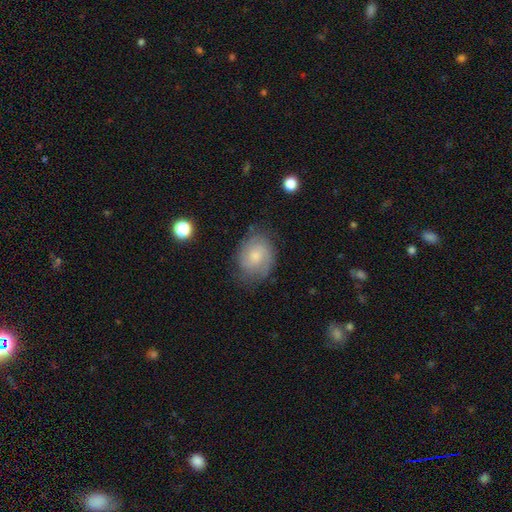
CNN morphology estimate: type=featured or disk (51%); edge-on=no (97%); merging=none (68%).